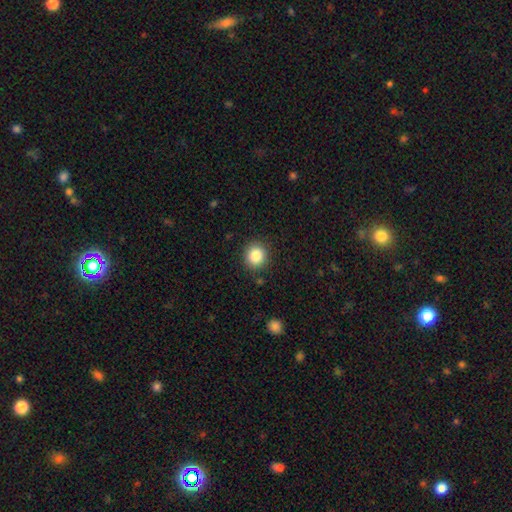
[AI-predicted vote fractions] Smooth or featured? Predicted: smooth (p=0.85). How rounded? Predicted: round (p=0.89). Merging? Predicted: none (p=0.89).